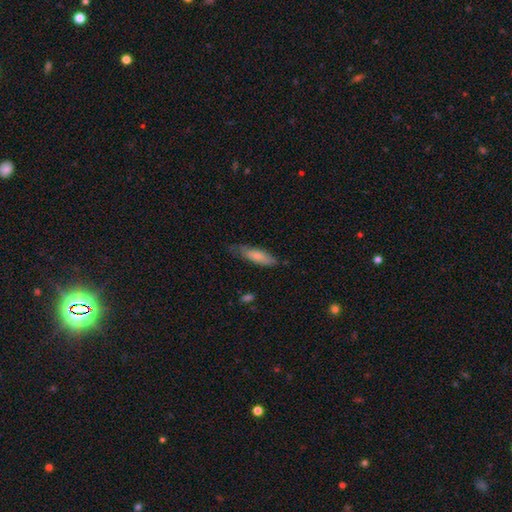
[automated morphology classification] smooth_or_featured: smooth (p=0.63) [alt: featured or disk p=0.30]
how_rounded: cigar-shaped (p=0.66) [alt: in between p=0.32]
merging: none (p=0.69) [alt: minor disturbance p=0.25]